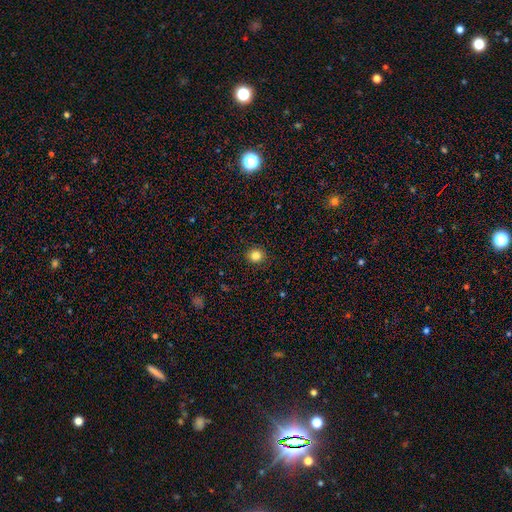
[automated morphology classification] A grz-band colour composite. It shows a smooth galaxy with no disk features (83%) that is round (88%). Merging: none (92%).